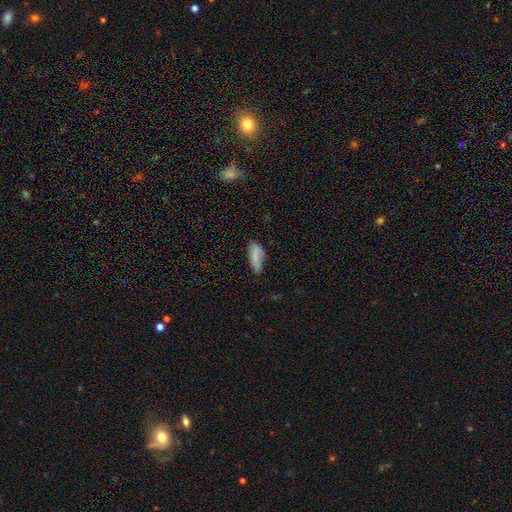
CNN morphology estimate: A smooth galaxy with no disk features (79%) that is in between round and cigar-shaped (81%).

Vote fractions:
- Smooth or featured? smooth: 79% / featured or disk: 13% / star or artifact: 8%
- How rounded? in between: 81% / cigar-shaped: 17% / round: 2%
- Merging? none: 59% / minor disturbance: 31% / major disturbance: 7% / merger: 3%